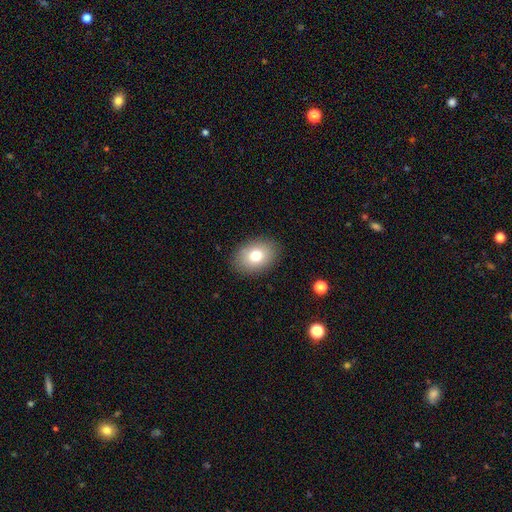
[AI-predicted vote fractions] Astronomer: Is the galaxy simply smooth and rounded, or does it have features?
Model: smooth — 78%.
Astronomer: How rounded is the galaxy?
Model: in between — 78%.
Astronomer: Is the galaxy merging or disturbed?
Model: none — 88%.